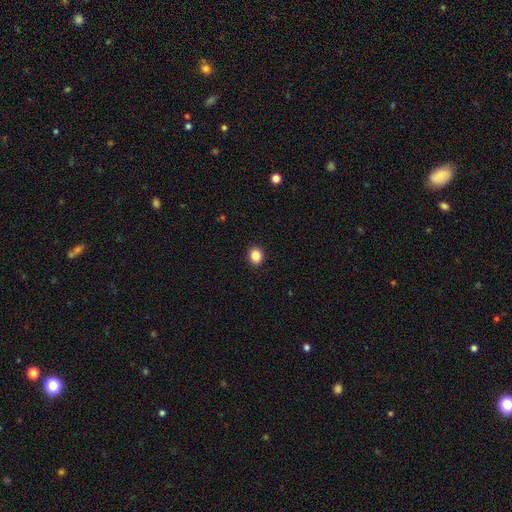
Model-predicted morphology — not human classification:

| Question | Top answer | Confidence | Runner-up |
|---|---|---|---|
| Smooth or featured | smooth | 86% | star or artifact (10%) |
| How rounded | round | 65% | in between (34%) |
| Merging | none | 92% | minor disturbance (5%) |